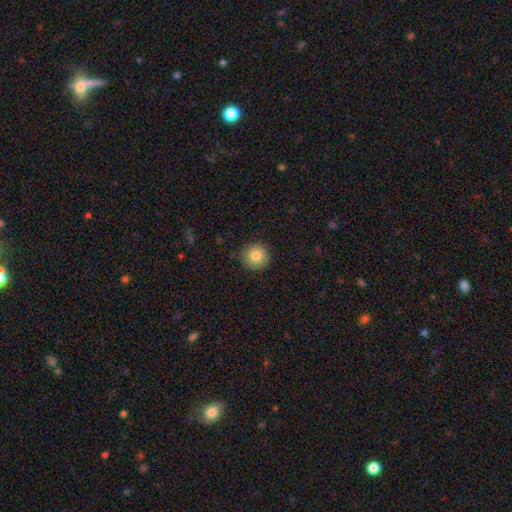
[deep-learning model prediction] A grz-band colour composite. It shows a smooth galaxy with no disk features (83%) that is round (94%). Merging: none (85%).